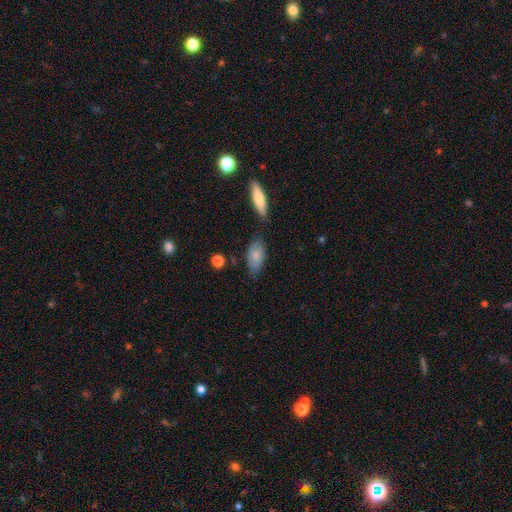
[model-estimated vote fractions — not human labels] smooth_or_featured: smooth (p=0.80) [alt: featured or disk p=0.14]
how_rounded: in between (p=0.88) [alt: cigar-shaped p=0.08]
merging: none (p=0.68) [alt: minor disturbance p=0.20]